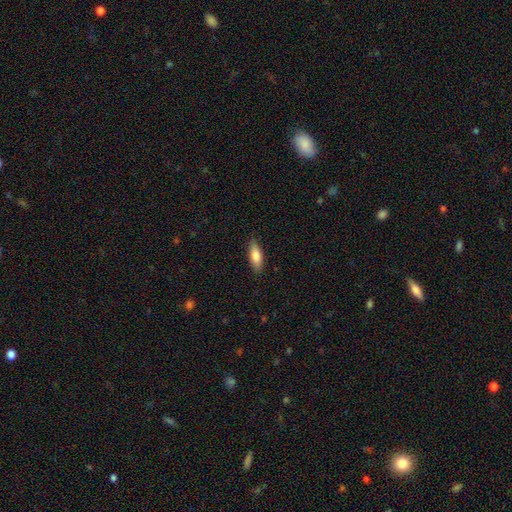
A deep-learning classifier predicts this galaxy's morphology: This is likely a smooth galaxy (79%). How rounded: possibly in between (60%). Merging: clearly none (86%).